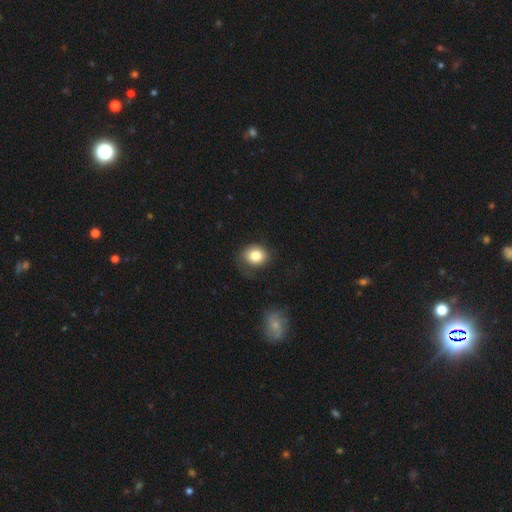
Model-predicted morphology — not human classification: Q: Smooth or featured?
A: smooth (82%); runner-up: star or artifact (9%)
Q: How rounded?
A: round (68%); runner-up: in between (31%)
Q: Merging?
A: none (73%); runner-up: minor disturbance (19%)